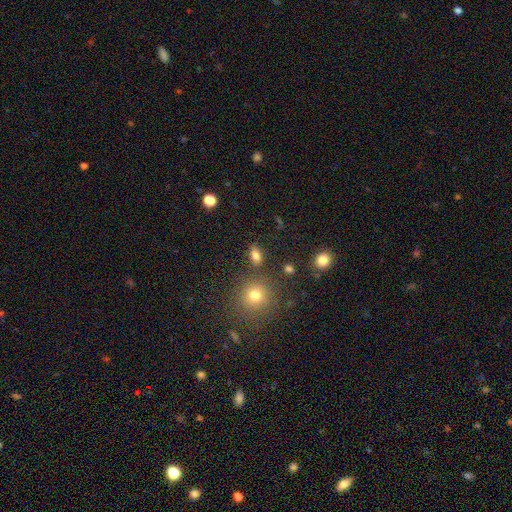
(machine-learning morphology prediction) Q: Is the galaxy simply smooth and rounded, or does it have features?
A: smooth — 81%.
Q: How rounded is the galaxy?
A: in between — 80%.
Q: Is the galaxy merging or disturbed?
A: none — 81%.